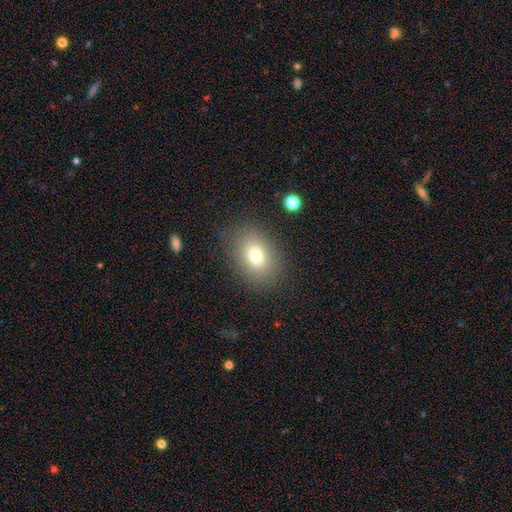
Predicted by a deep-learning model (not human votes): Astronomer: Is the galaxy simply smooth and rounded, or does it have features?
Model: smooth — 75%.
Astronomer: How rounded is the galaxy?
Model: in between — 66%.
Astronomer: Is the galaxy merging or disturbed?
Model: none — 82%.